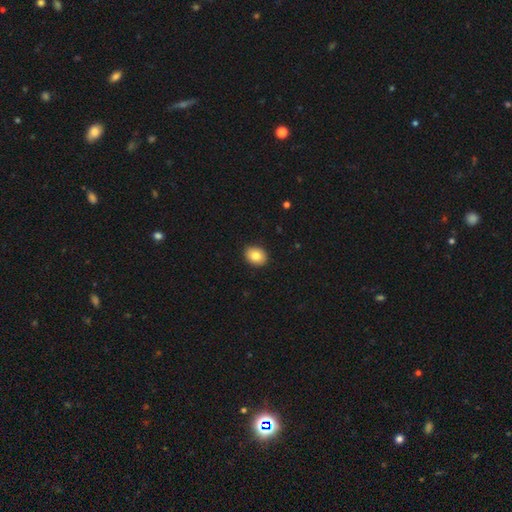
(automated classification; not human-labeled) Overall: smooth (82%). How rounded: in between (55%; round 44%). Merging: none (91%).